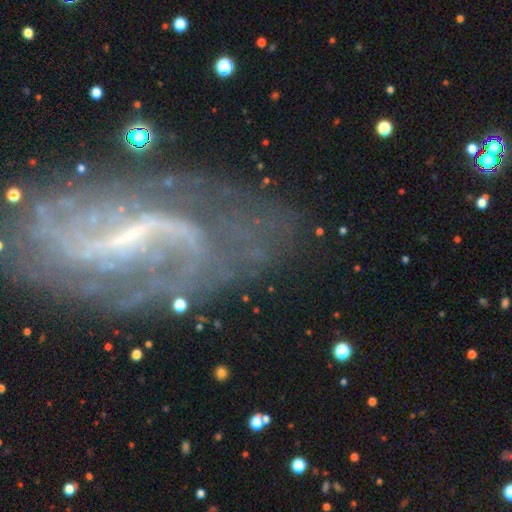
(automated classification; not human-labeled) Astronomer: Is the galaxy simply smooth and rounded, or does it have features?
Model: featured or disk — 82%.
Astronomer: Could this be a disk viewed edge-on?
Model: no — 95%.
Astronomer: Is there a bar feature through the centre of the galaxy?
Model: strong — 51% (runner-up: weak, 32%).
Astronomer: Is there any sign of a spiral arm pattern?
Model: yes — 83%.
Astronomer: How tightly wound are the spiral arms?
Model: loose — 47% (runner-up: medium, 35%).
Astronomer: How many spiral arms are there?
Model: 2 — 53%.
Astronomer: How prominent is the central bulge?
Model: none — 45% (runner-up: small, 37%).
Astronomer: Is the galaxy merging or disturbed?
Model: none — 50% (runner-up: major disturbance, 27%).